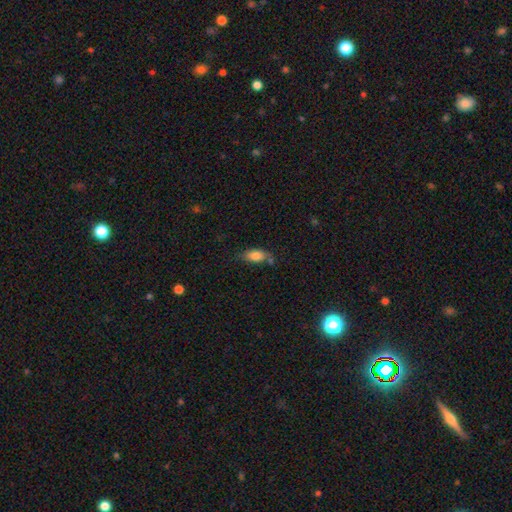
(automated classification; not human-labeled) The model was most divided on "merging": none: 60%, minor disturbance: 24%, merger: 10%, major disturbance: 6%. More confident: how rounded — in between (88%); smooth or featured — smooth (83%).